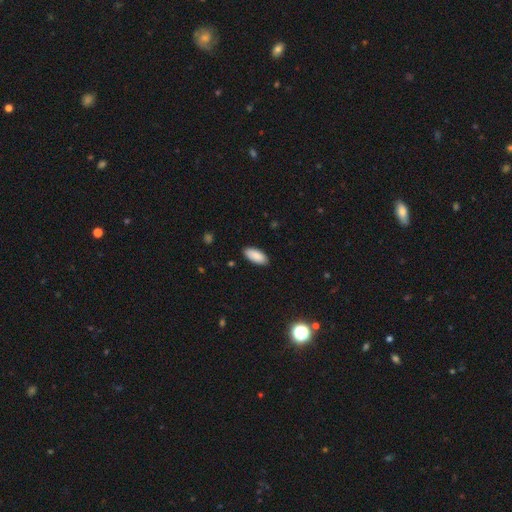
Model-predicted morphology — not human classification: This appears to be a smooth galaxy with no disk features (89%) that is in between round and cigar-shaped (90%). Merging: none (89%).